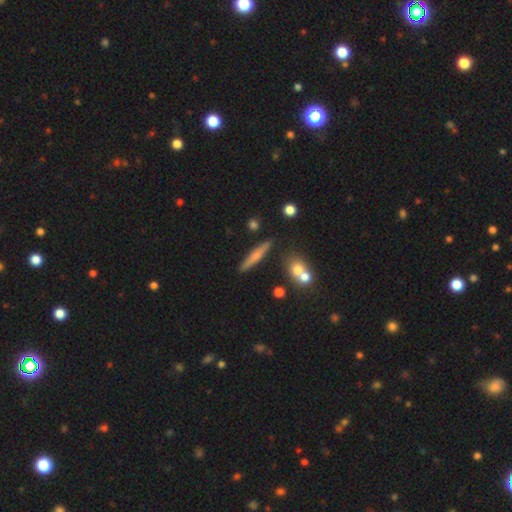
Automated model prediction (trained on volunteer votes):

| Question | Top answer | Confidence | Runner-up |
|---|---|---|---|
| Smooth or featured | smooth | 50% | featured or disk (42%) |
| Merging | none | 83% | minor disturbance (9%) |